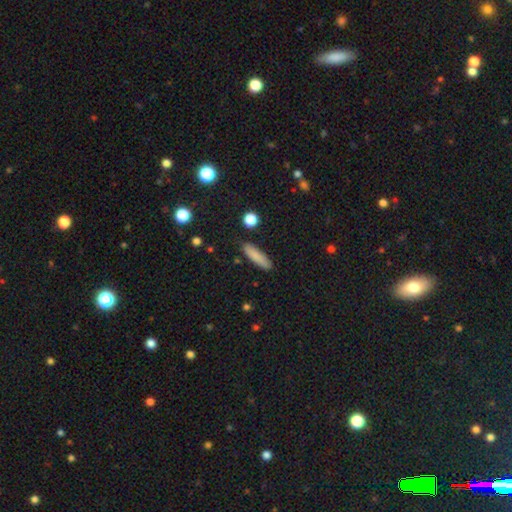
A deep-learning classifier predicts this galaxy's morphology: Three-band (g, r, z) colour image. It shows a smooth galaxy with no disk features (84%) that is cigar-shaped (71%). Merging: none (86%).